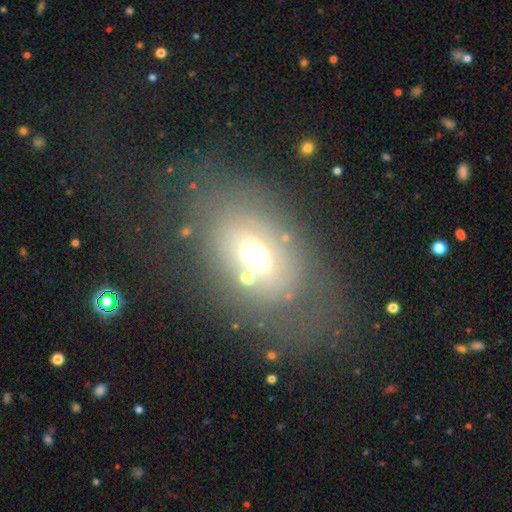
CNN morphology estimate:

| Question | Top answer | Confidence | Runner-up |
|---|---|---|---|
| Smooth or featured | smooth | 52% | featured or disk (26%) |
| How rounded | in between | 65% | round (33%) |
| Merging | none | 62% | minor disturbance (15%) |